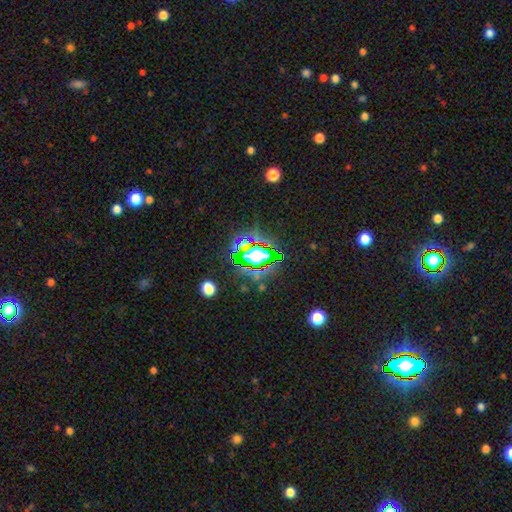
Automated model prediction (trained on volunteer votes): Smooth or featured: star or artifact — 66% (smooth — 20%)